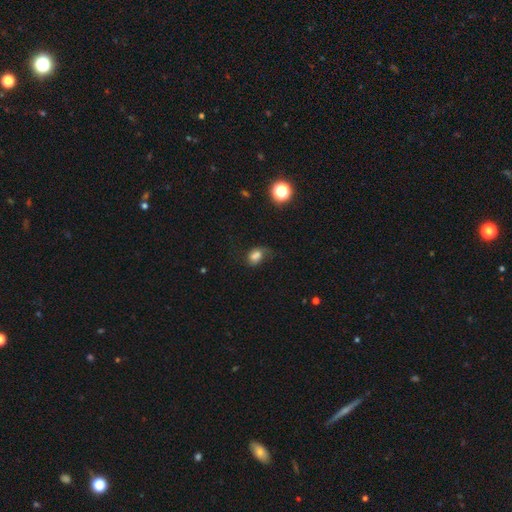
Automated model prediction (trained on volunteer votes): Smooth or featured? smooth (66%)
How rounded? in between (69%)
Merging? none (40%)